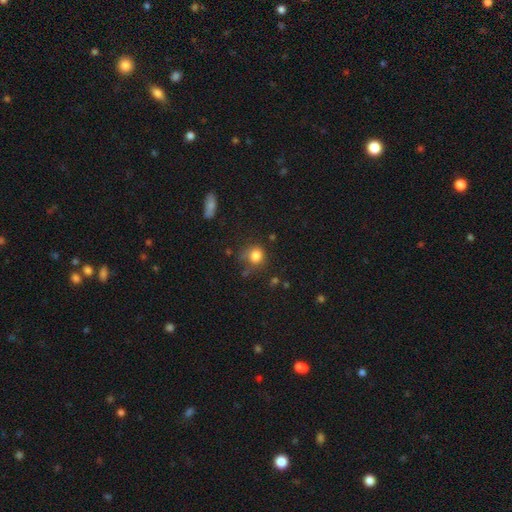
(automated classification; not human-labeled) The model was most divided on "merging": none: 61%, minor disturbance: 23%, major disturbance: 9%, merger: 6%. More confident: smooth or featured — smooth (81%); how rounded — round (79%).